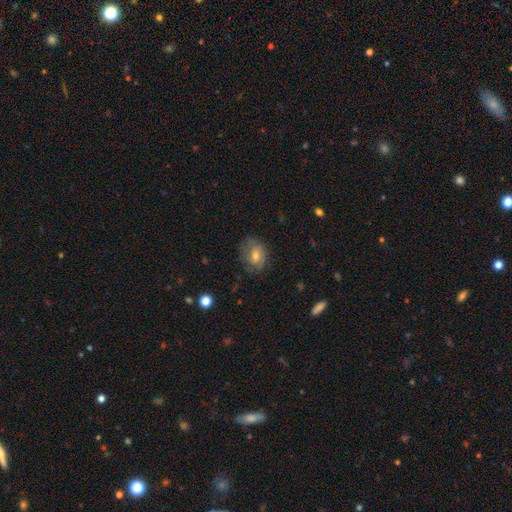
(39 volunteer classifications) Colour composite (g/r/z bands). It shows a featured or disk galaxy (59%) with no bar (68%), tight (68%) spiral arms (100%) and a moderate central bulge (64%). Merging: none (65%).